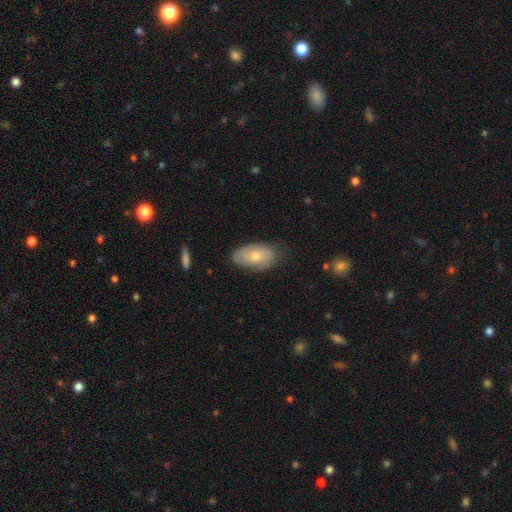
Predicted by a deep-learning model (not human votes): smooth-or-featured: smooth: 62% | featured or disk: 32% | star or artifact: 6%
  how-rounded: in between: 92% | round: 5% | cigar-shaped: 2%
  merging: none: 68% | minor disturbance: 25% | major disturbance: 6% | merger: 1%